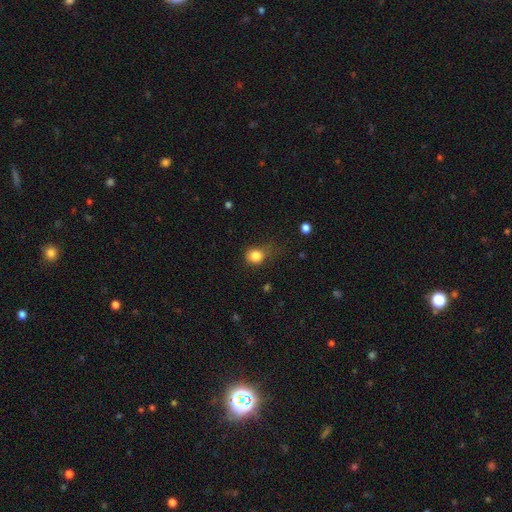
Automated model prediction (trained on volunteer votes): The model was most divided on "merging": none: 50%, minor disturbance: 31%, major disturbance: 16%, merger: 2%. More confident: smooth or featured — smooth (82%); how rounded — round (75%).